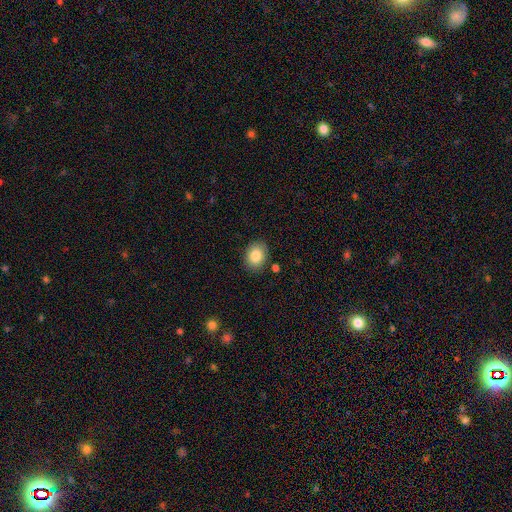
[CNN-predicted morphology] Smooth or featured? Predicted: smooth (p=0.85). How rounded? Predicted: in between (p=0.59). Merging? Predicted: none (p=0.85).